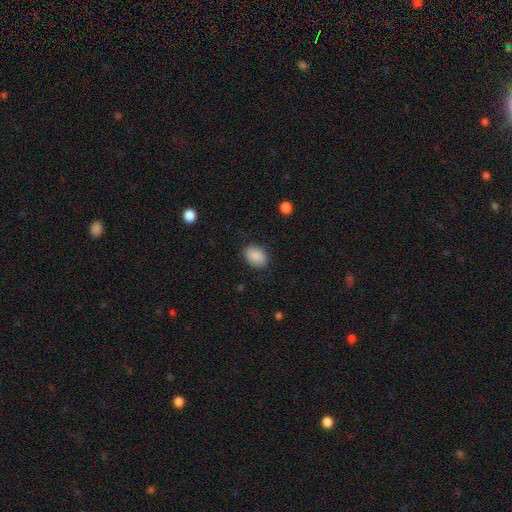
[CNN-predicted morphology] smooth_or_featured: smooth (p=0.88) [alt: star or artifact p=0.07]
how_rounded: in between (p=0.74) [alt: round p=0.25]
merging: none (p=0.85) [alt: minor disturbance p=0.11]